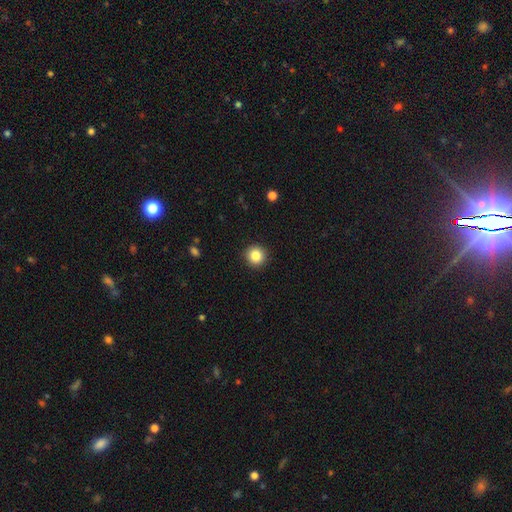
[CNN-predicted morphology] smooth_or_featured: smooth (p=0.85) [alt: star or artifact p=0.10]
how_rounded: round (p=0.95) [alt: in between p=0.04]
merging: none (p=0.93) [alt: minor disturbance p=0.05]